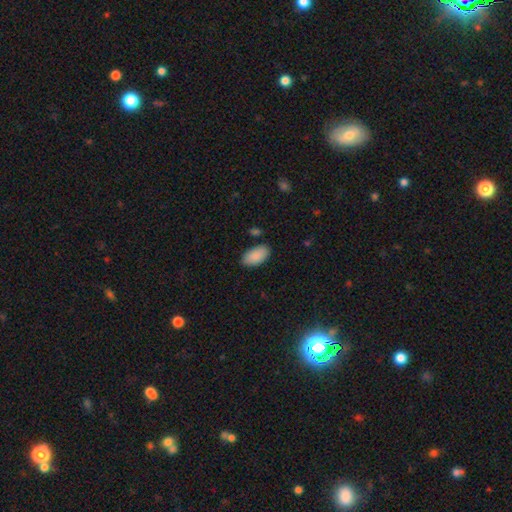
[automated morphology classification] Smooth or featured: smooth — 89% (star or artifact — 6%)
How rounded: in between — 95% (round — 2%)
Merging: none — 82% (minor disturbance — 12%)